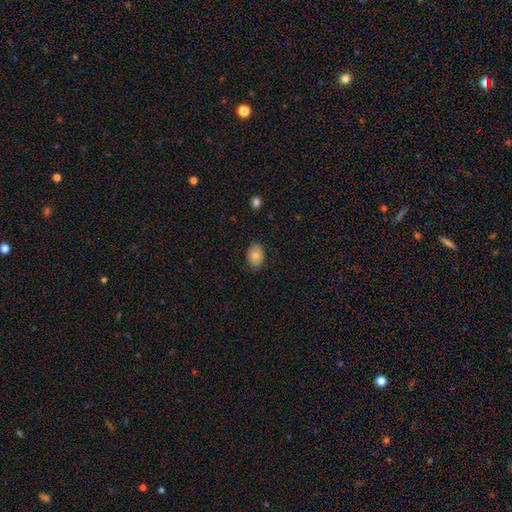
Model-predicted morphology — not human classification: Smooth or featured? smooth (77%)
How rounded? in between (70%)
Merging? none (82%)